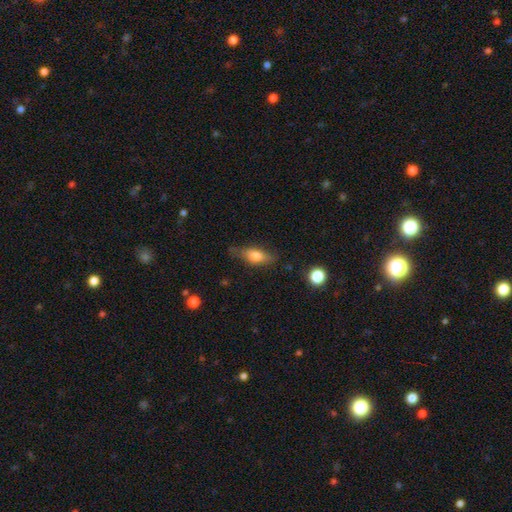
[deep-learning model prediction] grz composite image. It shows a smooth galaxy with no disk features (70%) that is in between round and cigar-shaped (73%). Merging: none (62%).